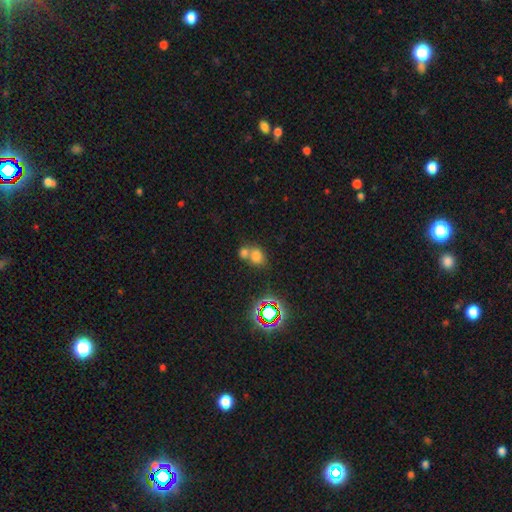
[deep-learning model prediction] A smooth galaxy with no disk features (70%) that is round (54%).

Vote fractions:
- Smooth or featured? smooth: 70% / star or artifact: 19% / featured or disk: 11%
- How rounded? round: 54% / in between: 45% / cigar-shaped: 1%
- Merging? merger: 53% / none: 35% / minor disturbance: 8% / major disturbance: 4%